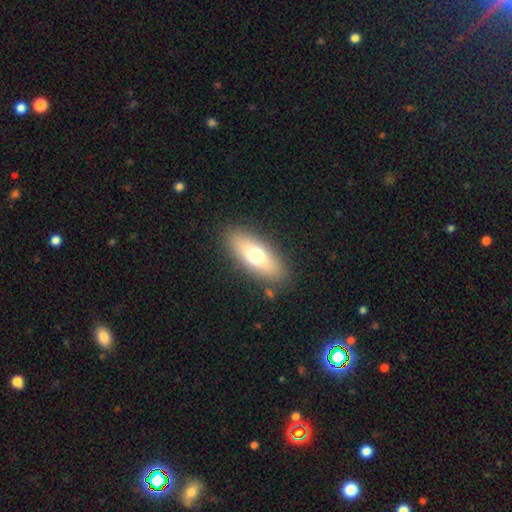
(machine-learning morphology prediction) Overall: smooth (64%; featured or disk 28%). How rounded: in between (67%; cigar-shaped 29%). Merging: none (86%).